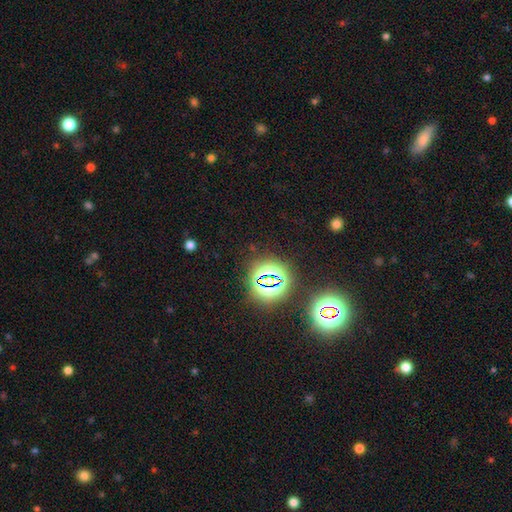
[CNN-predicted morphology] Smooth or featured: star or artifact — 77% (smooth — 15%)